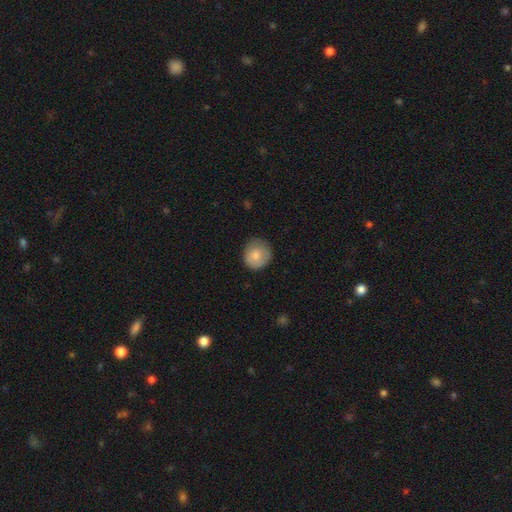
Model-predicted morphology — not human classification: smooth-or-featured: smooth: 80% | featured or disk: 13% | star or artifact: 7%
  how-rounded: round: 88% | in between: 11% | cigar-shaped: 1%
  merging: none: 76% | minor disturbance: 19% | major disturbance: 4% | merger: 1%